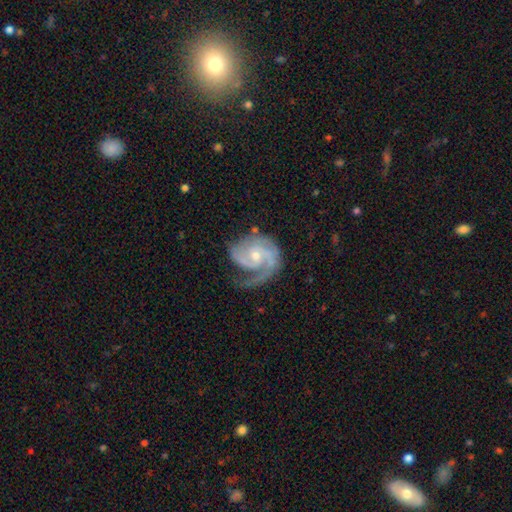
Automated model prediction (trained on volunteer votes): The model was most divided on "spiral winding": tight: 46%, medium: 43%, loose: 11%. More confident: edge-on disk — no (98%); spiral arms — yes (98%); smooth or featured — featured or disk (90%); bar — no (63%); bulge size — small (61%); merging — none (60%); spiral arm count — 2 (53%).